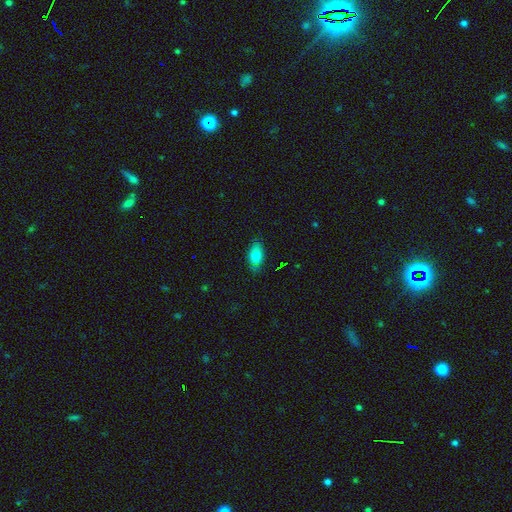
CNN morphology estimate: smooth-or-featured: smooth: 77% | featured or disk: 14% | star or artifact: 9%
  how-rounded: in between: 87% | round: 7% | cigar-shaped: 6%
  merging: none: 80% | minor disturbance: 16% | major disturbance: 3% | merger: 1%